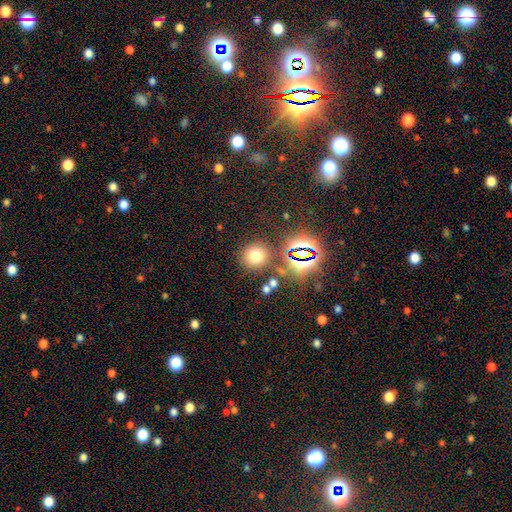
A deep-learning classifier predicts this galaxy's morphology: smooth-or-featured: smooth: 68% | star or artifact: 24% | featured or disk: 9%
  how-rounded: round: 89% | in between: 10% | cigar-shaped: 1%
  merging: none: 79% | minor disturbance: 9% | merger: 8% | major disturbance: 5%